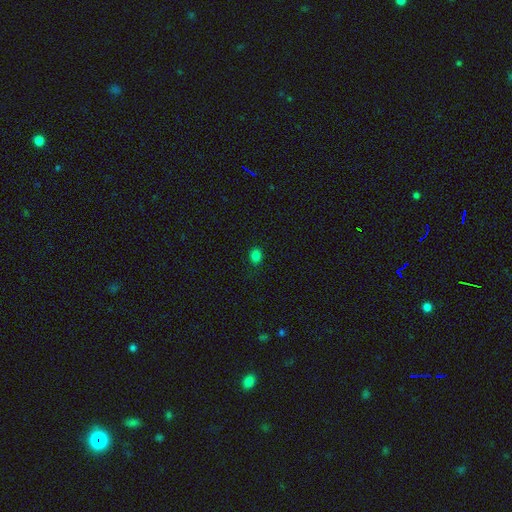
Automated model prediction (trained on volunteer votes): Overall: smooth (82%). How rounded: in between (52%; round 47%). Merging: none (87%).